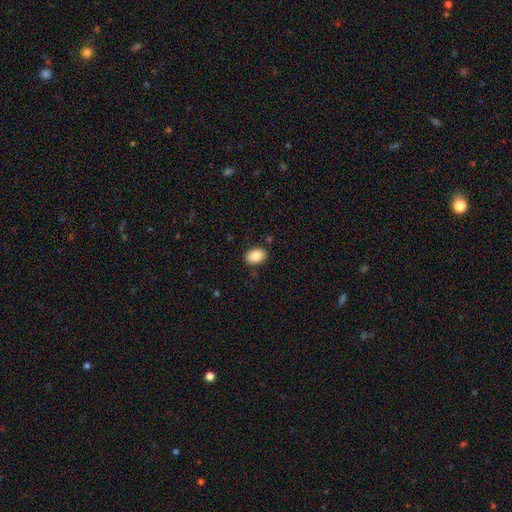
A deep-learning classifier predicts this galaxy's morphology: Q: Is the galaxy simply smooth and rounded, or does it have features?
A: smooth — 87%.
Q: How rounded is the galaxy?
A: in between — 83%.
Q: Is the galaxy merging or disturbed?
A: none — 85%.